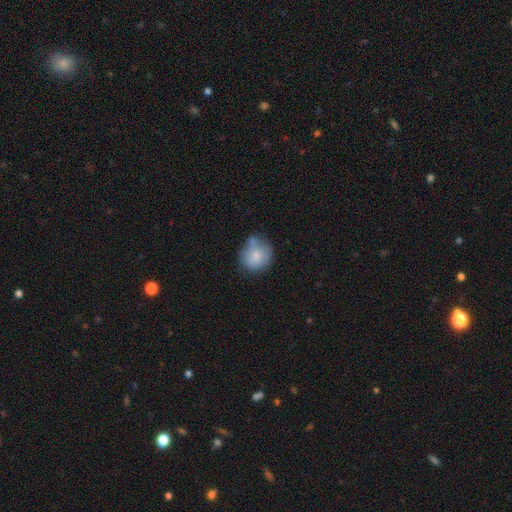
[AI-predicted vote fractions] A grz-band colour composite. It shows a smooth galaxy with no disk features (77%) that is round (80%). Merging: none (49%).